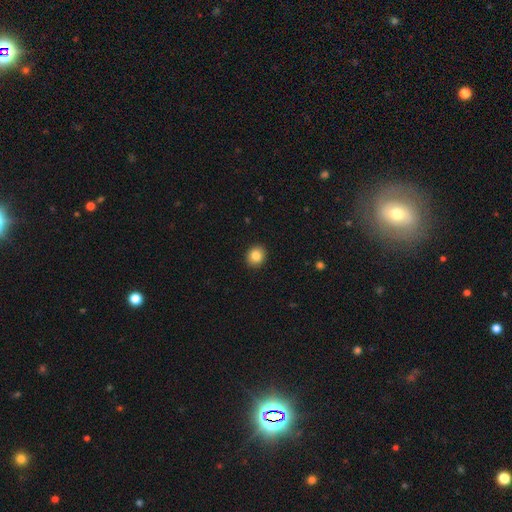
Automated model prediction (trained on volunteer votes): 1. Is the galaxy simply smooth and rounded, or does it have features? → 85% smooth, 9% star or artifact, 6% featured or disk.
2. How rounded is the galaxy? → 77% round, 22% in between, 1% cigar-shaped.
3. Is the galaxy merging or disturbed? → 92% none, 6% minor disturbance, 2% major disturbance, 1% merger.